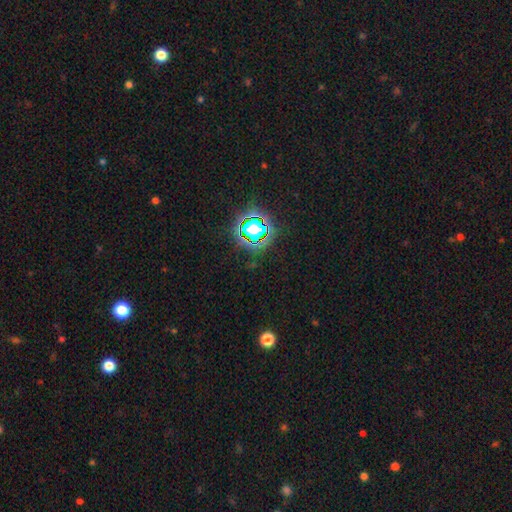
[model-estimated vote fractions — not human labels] Morphology: type=star or artifact (75%).